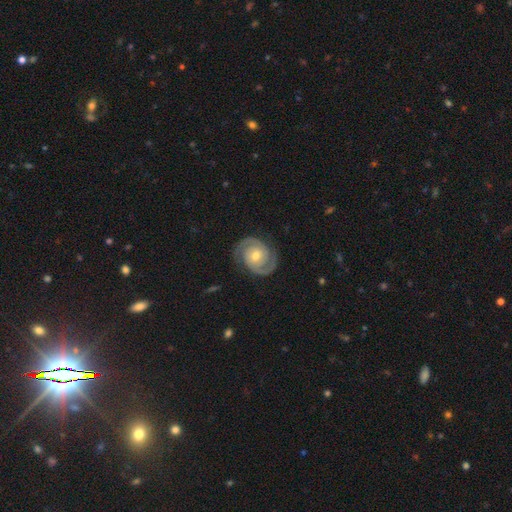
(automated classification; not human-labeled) smooth-or-featured: featured or disk: 91% | smooth: 5% | star or artifact: 4%
  disk-edge-on: no: 98% | yes: 2%
    bar: no: 65% | weak: 27% | strong: 8%
    has-spiral-arms: yes: 98% | no: 2%
      spiral-winding: tight: 61% | medium: 33% | loose: 6%
      spiral-arm-count: 2: 93% | can't tell: 2% | 3: 2% | 1: 1% | 4: 1% | more than 4: 1%
    bulge-size: moderate: 64% | small: 31% | large: 3% | none: 1% | dominant: 1%
  merging: none: 84% | minor disturbance: 11% | major disturbance: 3% | merger: 1%